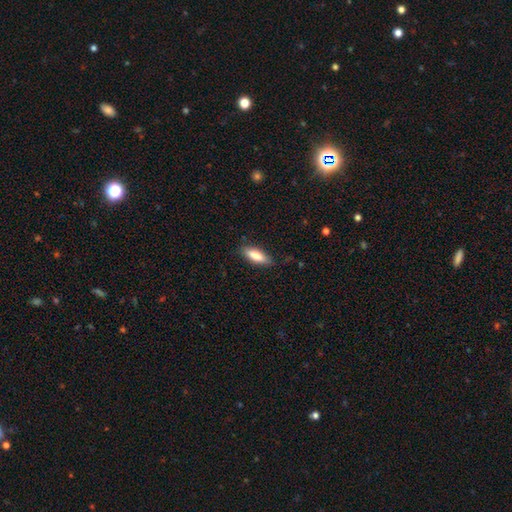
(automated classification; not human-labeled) This appears to be a smooth galaxy with no disk features (78%) that is in between round and cigar-shaped (64%). Merging: none (82%).